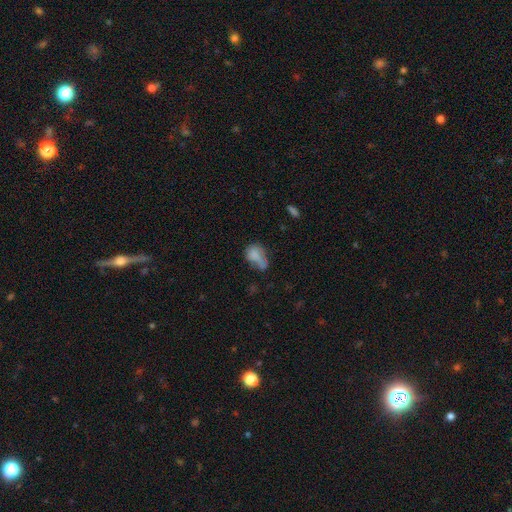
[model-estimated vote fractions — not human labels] Q: Smooth or featured?
A: smooth (68%); runner-up: featured or disk (21%)
Q: How rounded?
A: in between (80%); runner-up: round (18%)
Q: Merging?
A: none (30%); tied with: minor disturbance (30%)